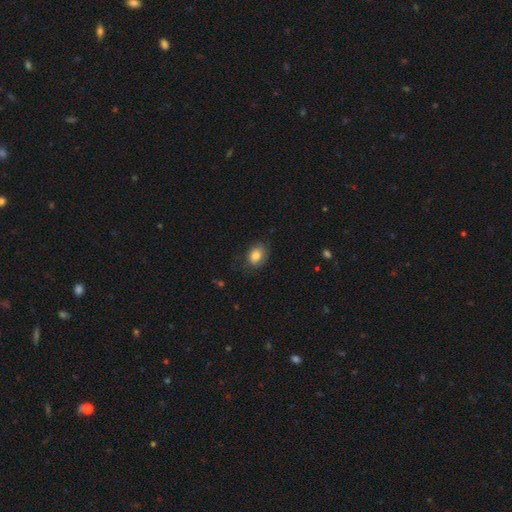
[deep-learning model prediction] This is clearly a smooth galaxy (81%). How rounded: likely in between (65%). Merging: likely none (72%).